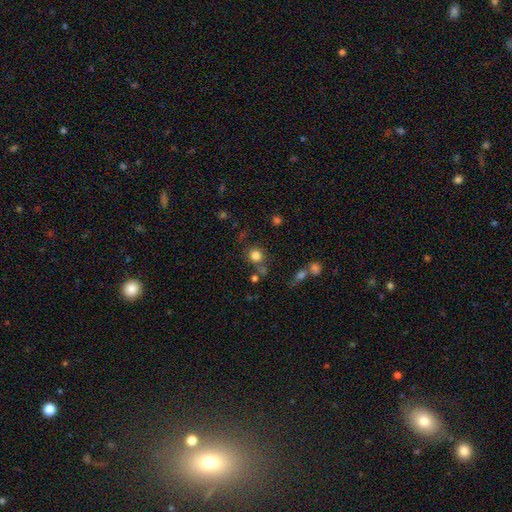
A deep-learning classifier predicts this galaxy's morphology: A smooth galaxy with no disk features (81%) that is round (89%).

Vote fractions:
- Smooth or featured? smooth: 81% / star or artifact: 13% / featured or disk: 6%
- How rounded? round: 89% / in between: 10% / cigar-shaped: 1%
- Merging? none: 70% / merger: 13% / minor disturbance: 12% / major disturbance: 6%